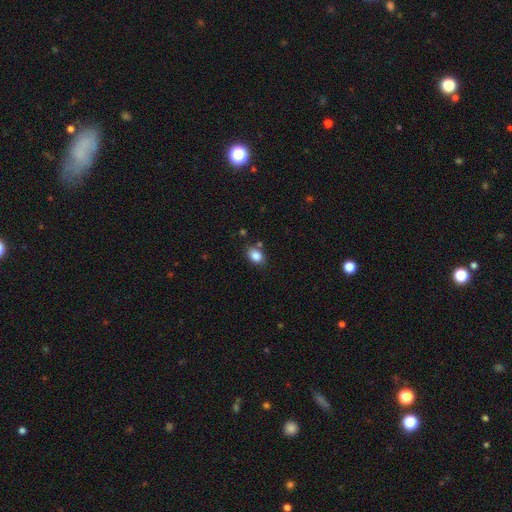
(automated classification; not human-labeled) smooth 86%, star or artifact 9%, featured or disk 5%. Down the decision tree: how rounded — in between (74%); merging — none (77%).